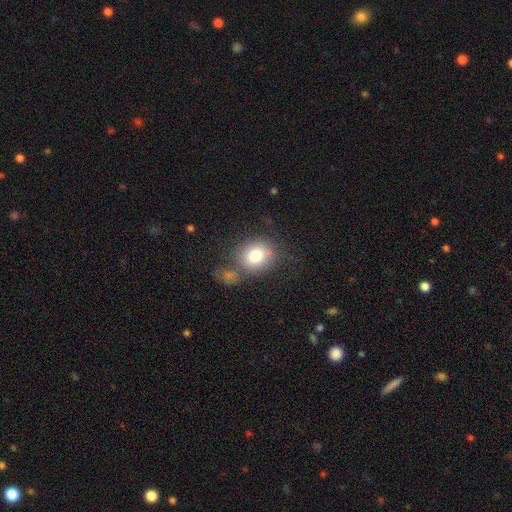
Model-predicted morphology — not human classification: A smooth galaxy with no disk features (78%) that is round (71%).

Vote fractions:
- Smooth or featured? smooth: 78% / featured or disk: 12% / star or artifact: 10%
- How rounded? round: 71% / in between: 28% / cigar-shaped: 1%
- Merging? none: 62% / merger: 16% / minor disturbance: 15% / major disturbance: 7%